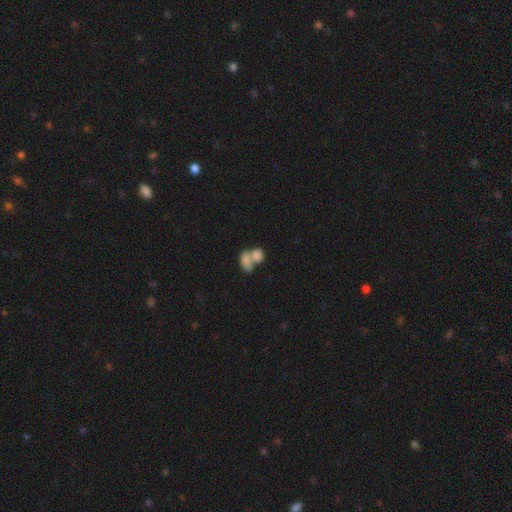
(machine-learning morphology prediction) This is likely a smooth galaxy (79%). How rounded: likely in between (63%). Merging: likely merger (67%).